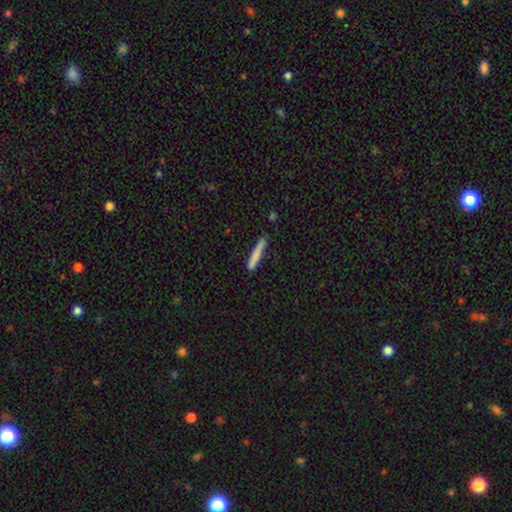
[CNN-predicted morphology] A smooth galaxy with no disk features (80%) that is cigar-shaped (94%).

Vote fractions:
- Smooth or featured? smooth: 80% / featured or disk: 14% / star or artifact: 6%
- How rounded? cigar-shaped: 94% / in between: 4% / round: 1%
- Merging? none: 81% / minor disturbance: 14% / major disturbance: 2% / merger: 2%